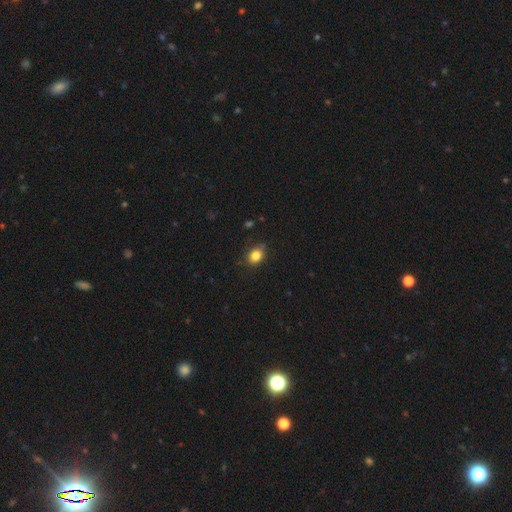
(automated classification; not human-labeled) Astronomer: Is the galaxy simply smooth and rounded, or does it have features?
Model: smooth — 84%.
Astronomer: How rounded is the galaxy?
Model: in between — 54% (runner-up: round, 45%).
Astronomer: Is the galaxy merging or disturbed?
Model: none — 79%.